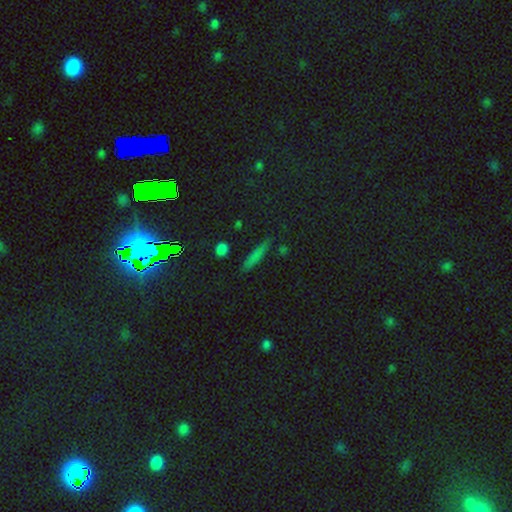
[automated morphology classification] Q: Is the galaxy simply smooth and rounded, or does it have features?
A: smooth — 64%.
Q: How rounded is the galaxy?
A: cigar-shaped — 83%.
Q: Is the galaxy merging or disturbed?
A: none — 82%.